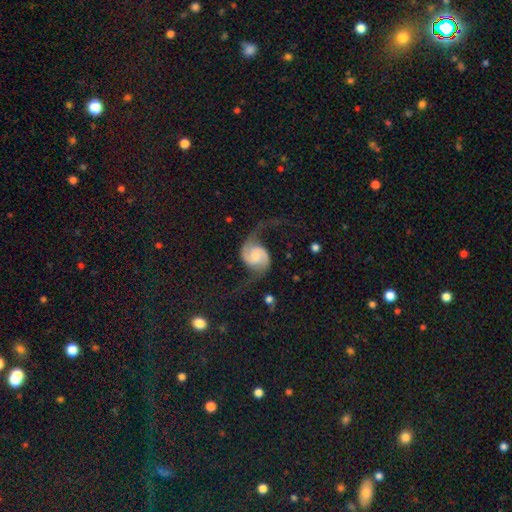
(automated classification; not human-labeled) Smooth or featured? featured or disk (89%)
Edge-on disk? no (98%)
Bar? no (55%)
Spiral arms? yes (98%)
Spiral winding? loose (56%)
Spiral arm count? 2 (94%)
Bulge size? moderate (43%)
Merging? none (60%)